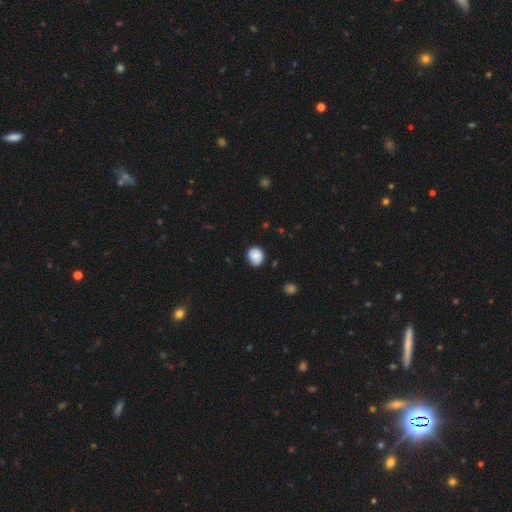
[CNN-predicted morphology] smooth 86%, star or artifact 8%, featured or disk 6%. Down the decision tree: how rounded — round (77%); merging — none (81%).